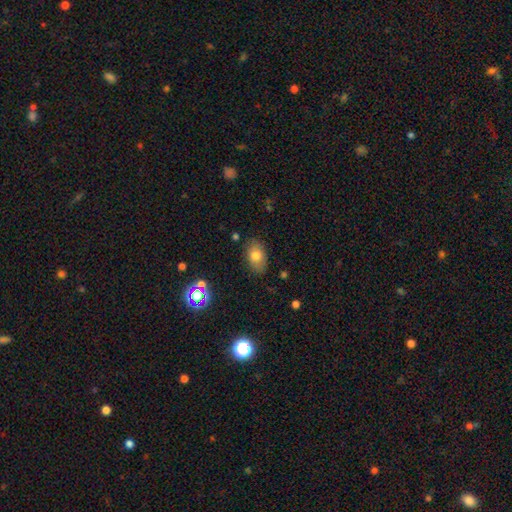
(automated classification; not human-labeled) This is likely a smooth galaxy (76%). How rounded: clearly in between (88%). Merging: clearly none (83%).